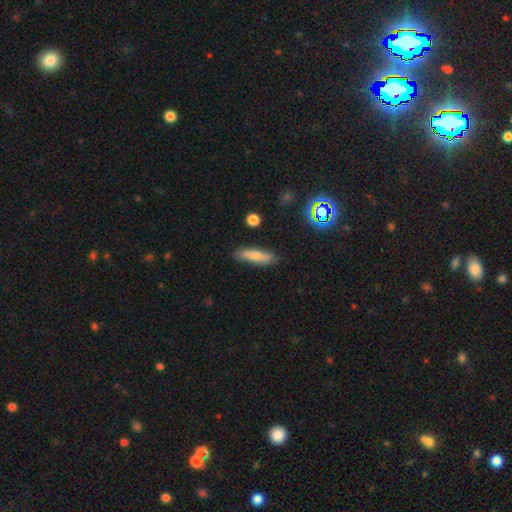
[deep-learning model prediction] Overall: smooth (71%). How rounded: cigar-shaped (70%). Merging: none (82%).